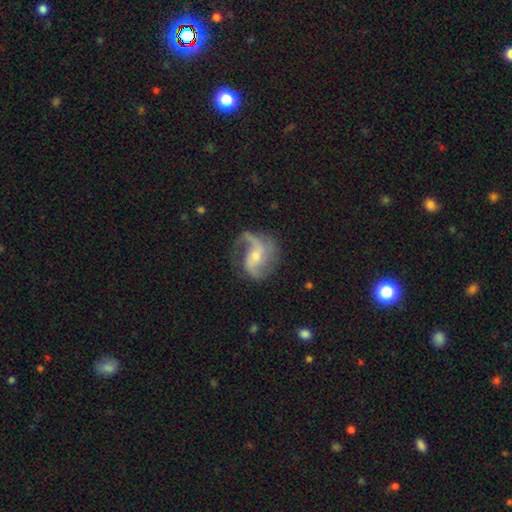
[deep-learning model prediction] Smooth or featured? Predicted: featured or disk (p=0.86). Edge-on disk? Predicted: no (p=0.98). Bar? Predicted: weak (p=0.42). Spiral arms? Predicted: yes (p=0.96). Spiral winding? Predicted: loose (p=0.51). Spiral arm count? Predicted: 2 (p=0.76). Bulge size? Predicted: small (p=0.54). Merging? Predicted: none (p=0.64).